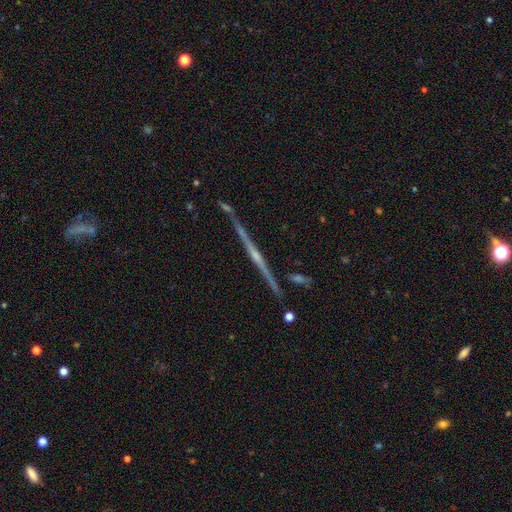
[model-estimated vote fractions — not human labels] Smooth or featured? featured or disk (86%)
Edge-on disk? yes (98%)
Edge-on bulge? rounded (74%)
Merging? none (88%)